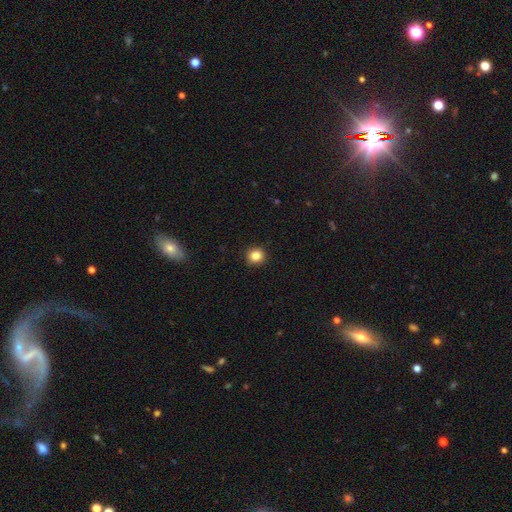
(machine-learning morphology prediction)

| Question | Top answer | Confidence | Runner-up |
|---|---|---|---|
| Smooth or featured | smooth | 84% | star or artifact (11%) |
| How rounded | round | 90% | in between (9%) |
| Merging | none | 92% | minor disturbance (5%) |